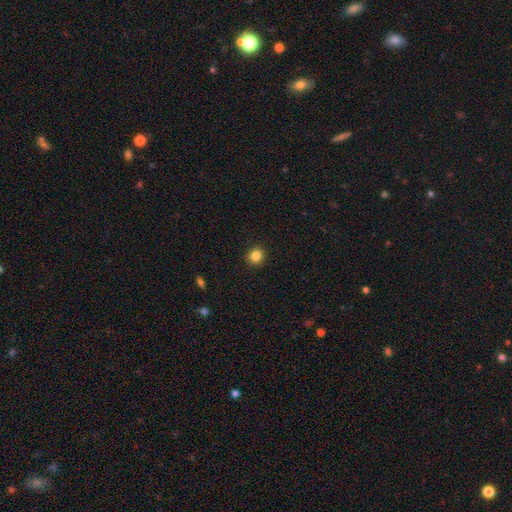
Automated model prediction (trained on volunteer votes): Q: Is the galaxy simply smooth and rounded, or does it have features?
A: smooth — 84%.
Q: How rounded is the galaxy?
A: round — 87%.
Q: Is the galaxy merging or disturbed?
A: none — 92%.